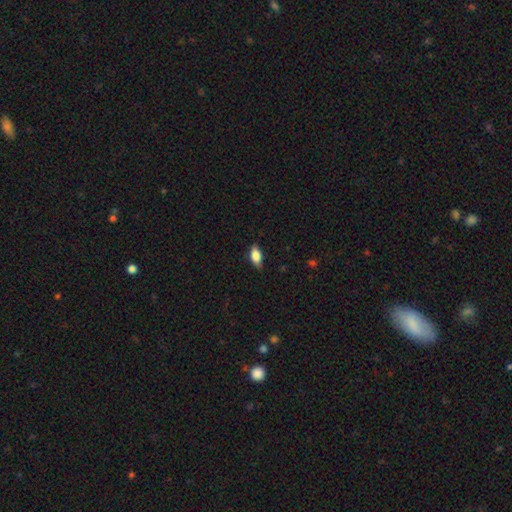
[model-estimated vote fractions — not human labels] smooth 80%, featured or disk 13%, star or artifact 7%. Down the decision tree: how rounded — in between (86%); merging — none (78%).